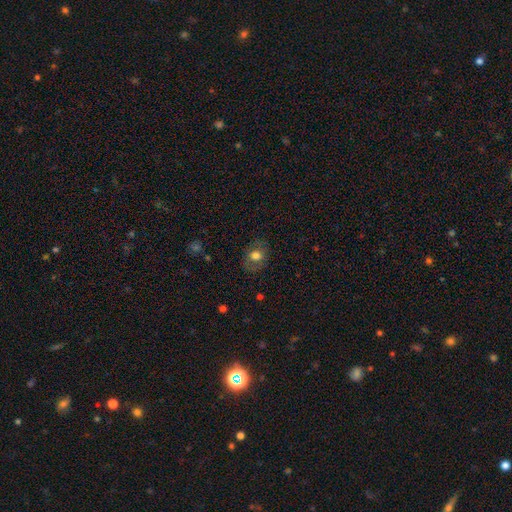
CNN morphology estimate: A smooth galaxy with no disk features (67%) that is round (55%). Merging: none (79%).